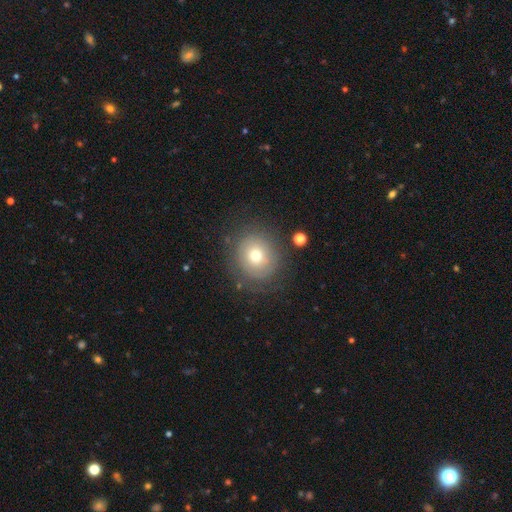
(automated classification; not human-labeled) smooth_or_featured: smooth (p=0.59) [alt: featured or disk p=0.30]
how_rounded: round (p=0.86) [alt: in between p=0.13]
merging: none (p=0.78) [alt: minor disturbance p=0.13]